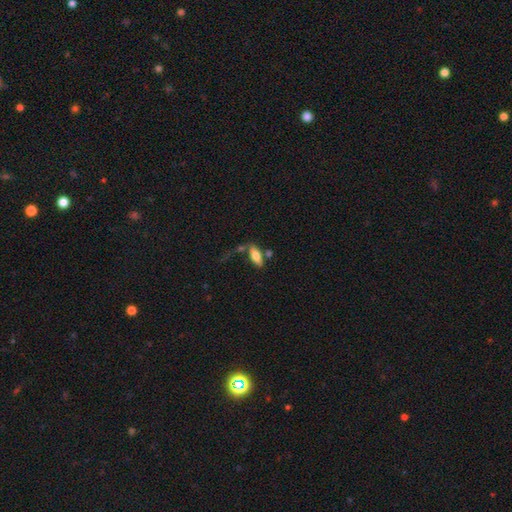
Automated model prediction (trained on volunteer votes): Morphology: type=smooth (72%); roundness=in between (76%); merging=none (54%).